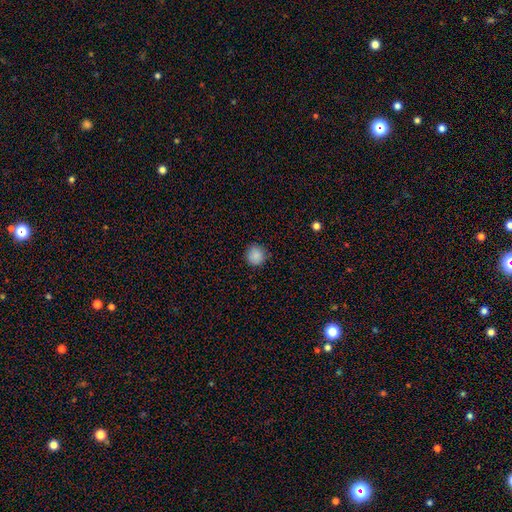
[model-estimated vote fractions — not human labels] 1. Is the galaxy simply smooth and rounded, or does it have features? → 87% smooth, 9% star or artifact, 4% featured or disk.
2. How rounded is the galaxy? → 93% round, 6% in between, 1% cigar-shaped.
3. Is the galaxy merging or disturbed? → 89% none, 8% minor disturbance, 2% major disturbance, 1% merger.